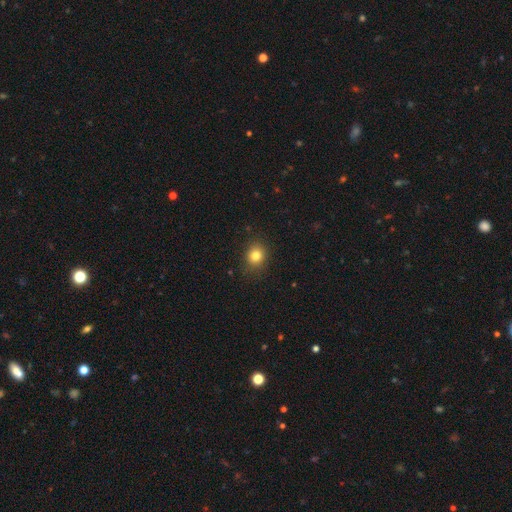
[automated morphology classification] type=smooth (81%); roundness=round (73%); merging=none (85%).